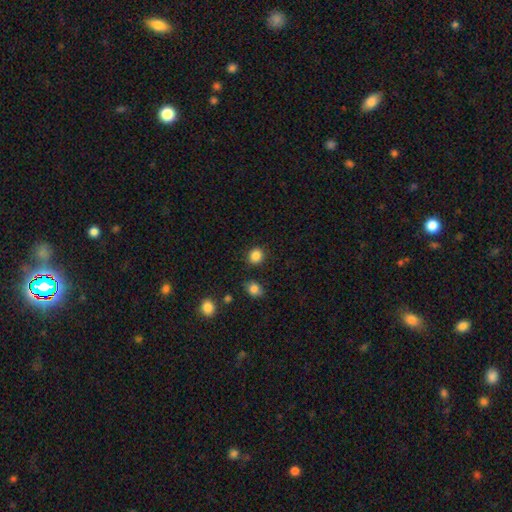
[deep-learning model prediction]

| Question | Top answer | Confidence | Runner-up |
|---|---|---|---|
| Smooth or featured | smooth | 86% | star or artifact (10%) |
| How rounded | round | 80% | in between (19%) |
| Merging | none | 87% | minor disturbance (8%) |